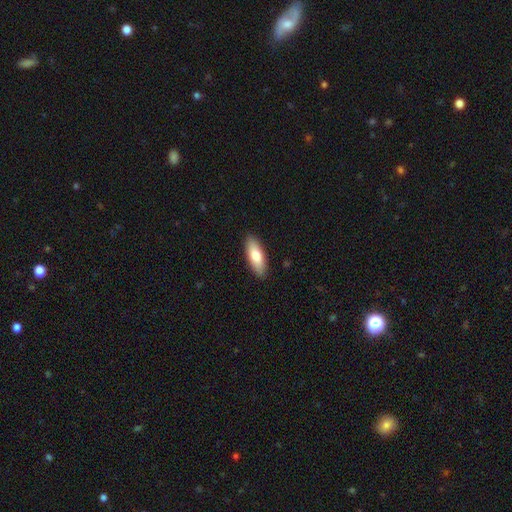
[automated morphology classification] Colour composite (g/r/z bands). It shows a smooth galaxy with no disk features (76%) that is in between round and cigar-shaped (68%). Merging: none (89%).